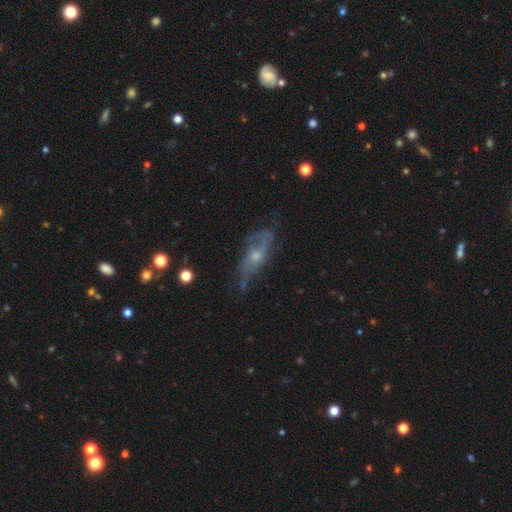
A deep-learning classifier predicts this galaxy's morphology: A featured or disk galaxy (73%) with no bar (72%), spiral arms (80%) and a moderate central bulge (49%). Merging: none (55%).